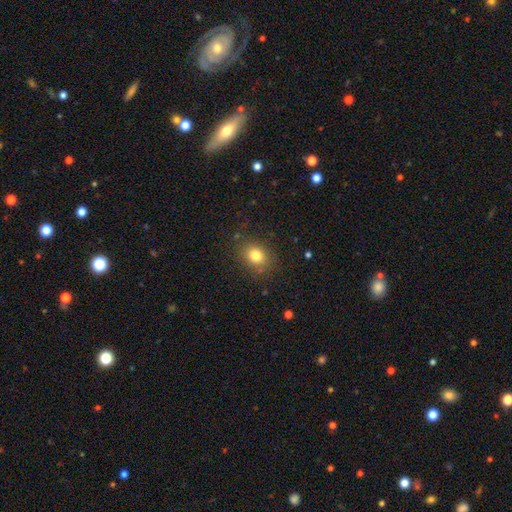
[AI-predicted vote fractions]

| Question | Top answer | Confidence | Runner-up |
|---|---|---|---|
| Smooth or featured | smooth | 81% | star or artifact (11%) |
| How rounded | round | 52% | in between (47%) |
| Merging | none | 82% | minor disturbance (12%) |